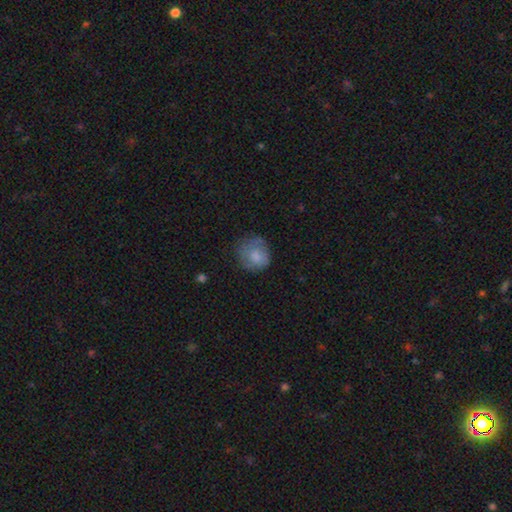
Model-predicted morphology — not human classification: smooth 74%, featured or disk 18%, star or artifact 8%. Down the decision tree: how rounded — round (77%); merging — none (57%).